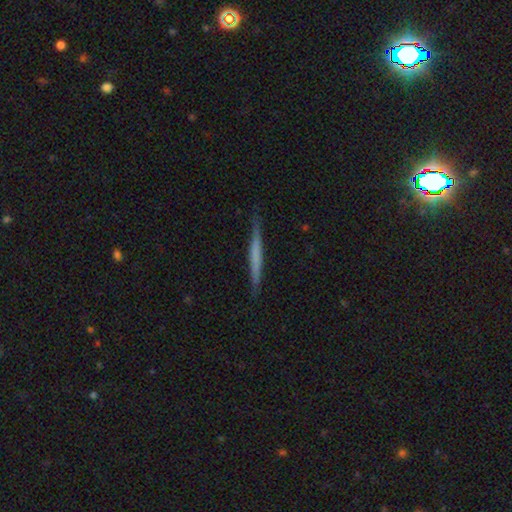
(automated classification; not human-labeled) This is possibly a featured or disk galaxy (48%). Merging: clearly none (89%).